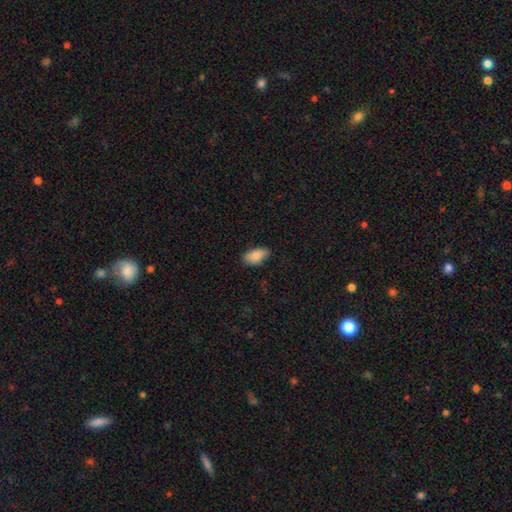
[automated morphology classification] Q: Smooth or featured?
A: smooth (88%); runner-up: star or artifact (7%)
Q: How rounded?
A: in between (93%); runner-up: round (4%)
Q: Merging?
A: none (81%); runner-up: minor disturbance (16%)